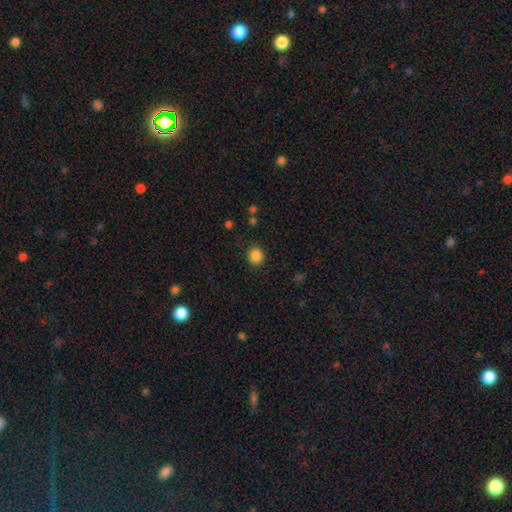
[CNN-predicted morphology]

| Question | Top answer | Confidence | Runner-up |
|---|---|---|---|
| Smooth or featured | smooth | 86% | star or artifact (11%) |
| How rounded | round | 84% | in between (15%) |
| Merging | none | 89% | minor disturbance (7%) |